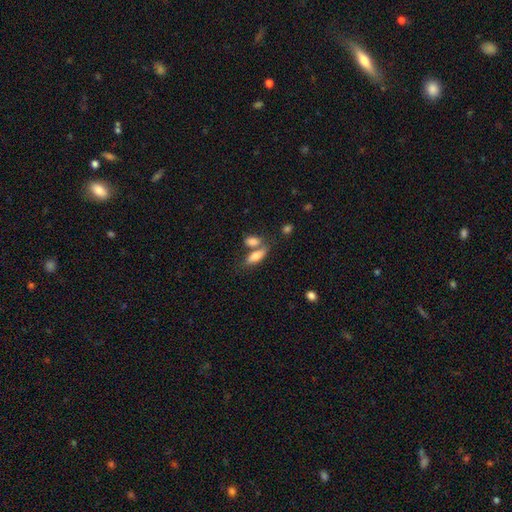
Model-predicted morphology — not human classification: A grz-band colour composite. It shows a smooth galaxy with no disk features (79%) that is in between round and cigar-shaped (77%). Merging: merger (42%).